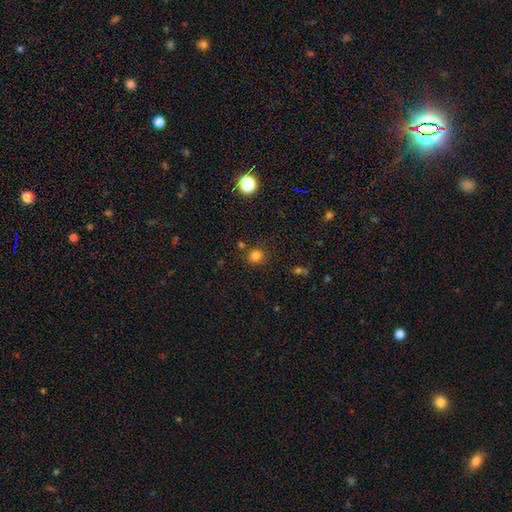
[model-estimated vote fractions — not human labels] Smooth or featured?
  - smooth: 80% *
  - star or artifact: 16%
  - featured or disk: 5%
How rounded?
  - round: 87% *
  - in between: 12%
  - cigar-shaped: 1%
Merging?
  - none: 82% *
  - minor disturbance: 9%
  - merger: 6%
  - major disturbance: 3%